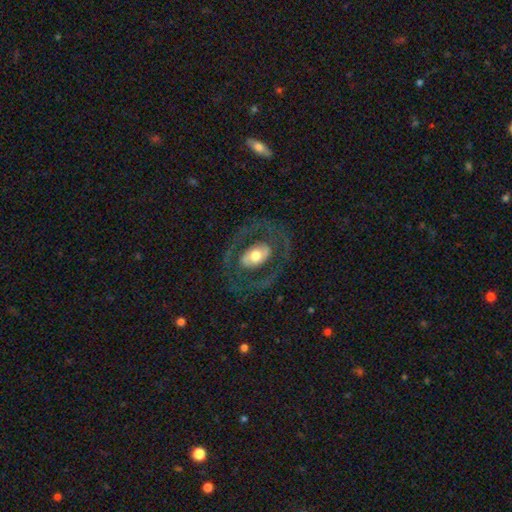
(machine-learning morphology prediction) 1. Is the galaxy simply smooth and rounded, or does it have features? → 67% featured or disk, 28% smooth, 6% star or artifact.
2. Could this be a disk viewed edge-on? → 94% no, 6% yes.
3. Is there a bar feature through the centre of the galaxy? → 56% no, 26% weak, 18% strong.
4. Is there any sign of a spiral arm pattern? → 55% no, 45% yes.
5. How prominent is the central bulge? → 62% moderate, 21% large, 13% small, 2% dominant, 1% none.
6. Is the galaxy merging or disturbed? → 73% none, 14% major disturbance, 12% minor disturbance, 1% merger.